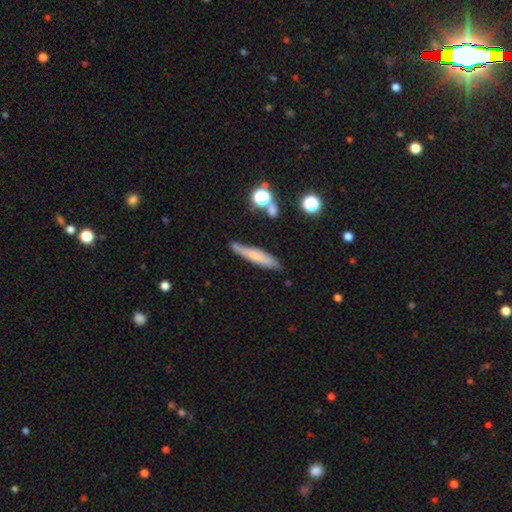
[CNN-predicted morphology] smooth 62%, featured or disk 30%, star or artifact 9%. Down the decision tree: how rounded — cigar-shaped (87%); merging — none (74%).